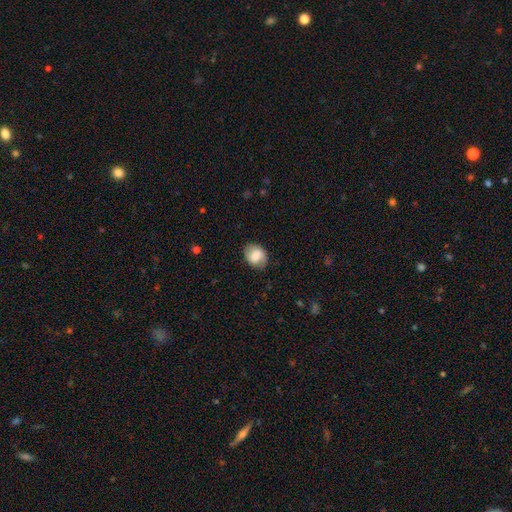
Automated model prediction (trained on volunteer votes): smooth_or_featured: smooth (p=0.70) [alt: featured or disk p=0.22]
how_rounded: in between (p=0.59) [alt: round p=0.39]
merging: none (p=0.78) [alt: minor disturbance p=0.16]